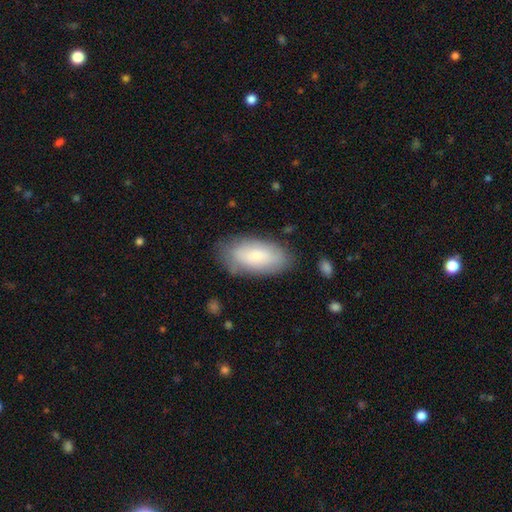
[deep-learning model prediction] Smooth or featured? Predicted: smooth (p=0.72). How rounded? Predicted: in between (p=0.92). Merging? Predicted: none (p=0.78).